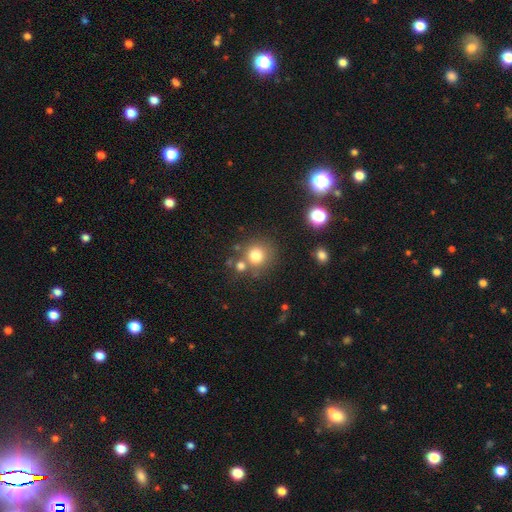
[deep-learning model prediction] Q: Smooth or featured?
A: smooth (78%); runner-up: star or artifact (13%)
Q: How rounded?
A: round (88%); runner-up: in between (11%)
Q: Merging?
A: none (67%); runner-up: merger (17%)